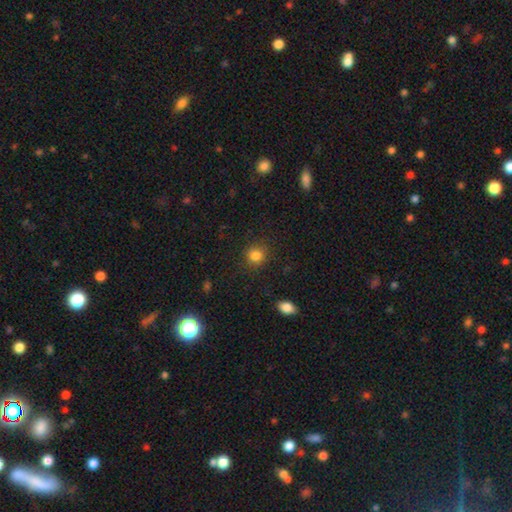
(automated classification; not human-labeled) A smooth galaxy with no disk features (84%) that is round (83%).

Vote fractions:
- Smooth or featured? smooth: 84% / star or artifact: 11% / featured or disk: 5%
- How rounded? round: 83% / in between: 16% / cigar-shaped: 1%
- Merging? none: 85% / minor disturbance: 10% / major disturbance: 3% / merger: 2%